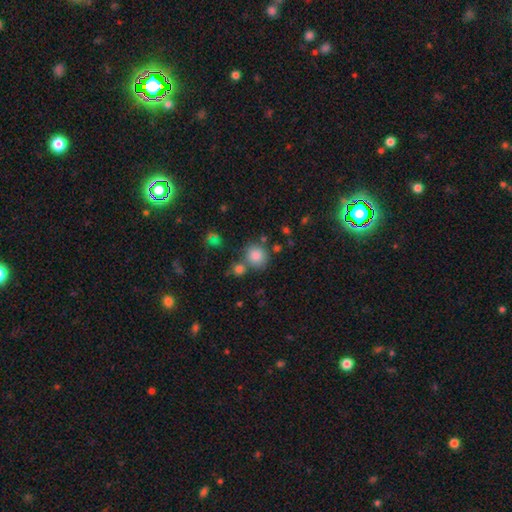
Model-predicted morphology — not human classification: This is clearly a smooth galaxy (83%). How rounded: clearly round (86%). Merging: likely none (66%).